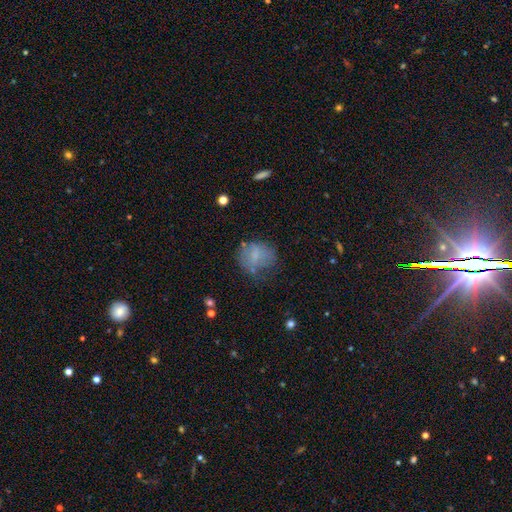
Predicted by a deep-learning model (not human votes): This appears to be a smooth galaxy with no disk features (65%) that is round (67%). Merging: none (48%).